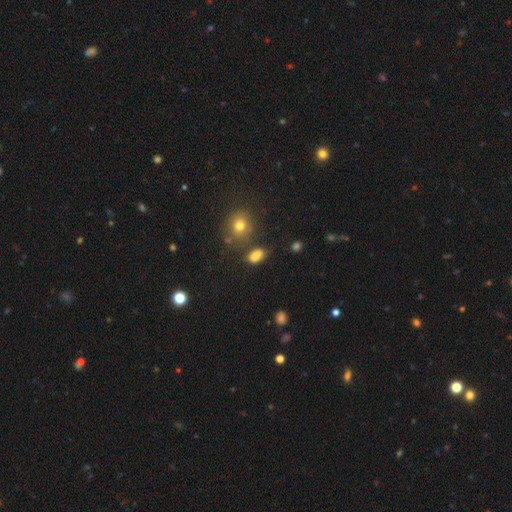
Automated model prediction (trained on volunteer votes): Smooth or featured? smooth (81%)
How rounded? in between (83%)
Merging? none (67%)